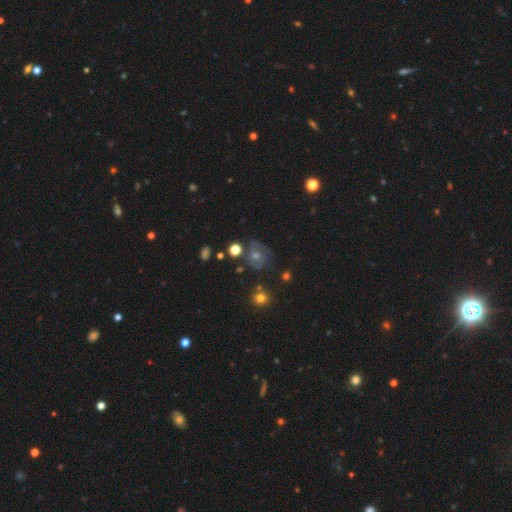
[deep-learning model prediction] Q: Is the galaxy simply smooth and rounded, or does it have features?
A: featured or disk — 39%.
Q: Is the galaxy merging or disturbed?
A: none — 67%.